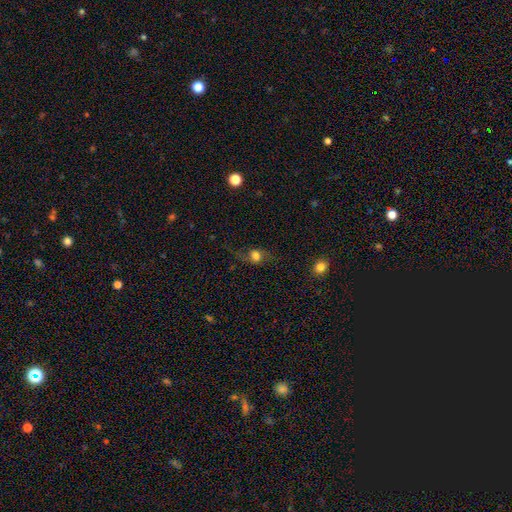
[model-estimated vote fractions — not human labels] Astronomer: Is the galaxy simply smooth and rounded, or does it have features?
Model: smooth — 58%.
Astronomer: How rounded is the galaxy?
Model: round — 54% (runner-up: in between, 41%).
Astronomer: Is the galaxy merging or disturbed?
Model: none — 56%.